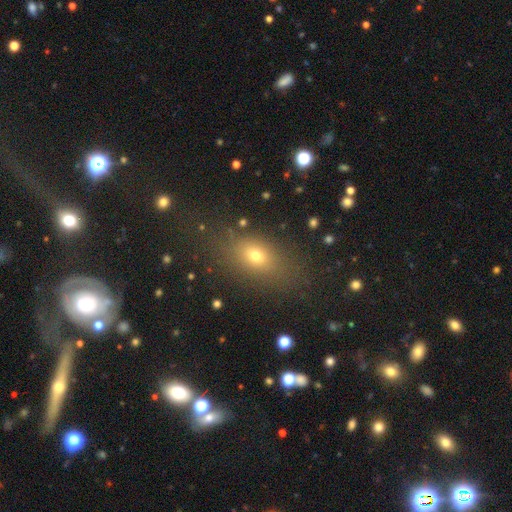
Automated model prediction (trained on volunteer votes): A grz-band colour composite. It shows a smooth galaxy with no disk features (69%) that is in between round and cigar-shaped (70%). Merging: none (78%).